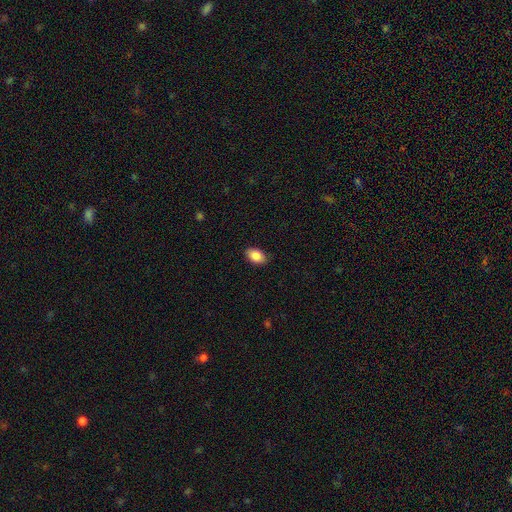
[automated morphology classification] smooth 87%, star or artifact 7%, featured or disk 6%. Down the decision tree: how rounded — in between (90%); merging — none (87%).